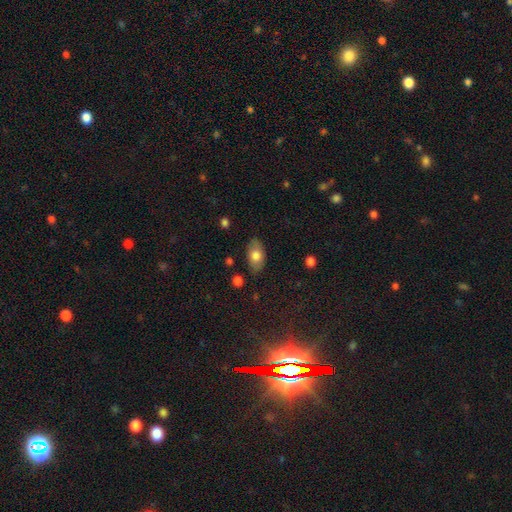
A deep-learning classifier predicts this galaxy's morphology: A smooth galaxy with no disk features (75%) that is in between round and cigar-shaped (92%). Merging: none (82%).